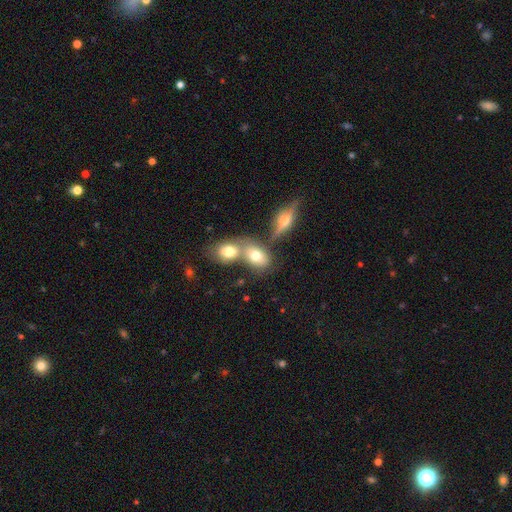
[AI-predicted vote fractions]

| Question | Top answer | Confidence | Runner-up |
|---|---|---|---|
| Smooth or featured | smooth | 71% | featured or disk (18%) |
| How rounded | in between | 71% | round (27%) |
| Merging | merger | 53% | none (34%) |